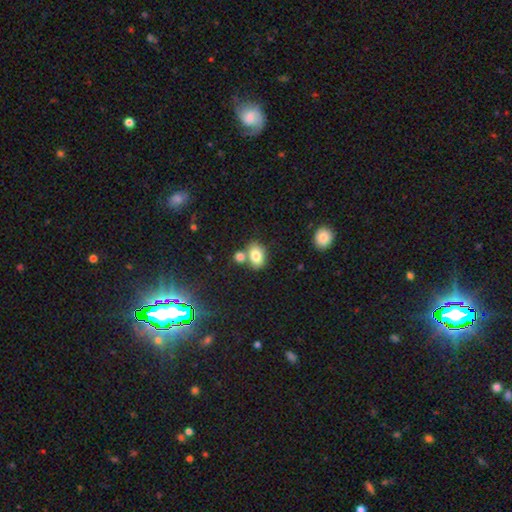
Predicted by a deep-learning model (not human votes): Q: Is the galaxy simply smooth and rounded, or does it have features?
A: smooth — 81%.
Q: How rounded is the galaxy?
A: in between — 75%.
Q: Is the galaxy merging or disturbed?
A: none — 54%.